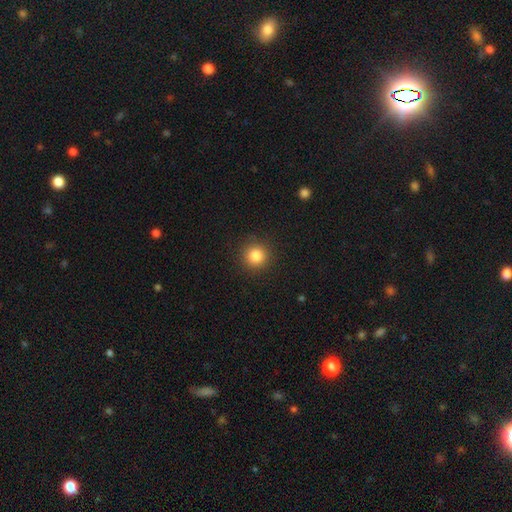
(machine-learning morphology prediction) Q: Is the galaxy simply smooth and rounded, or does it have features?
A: smooth — 84%.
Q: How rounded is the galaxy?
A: round — 94%.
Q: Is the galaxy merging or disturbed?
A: none — 91%.